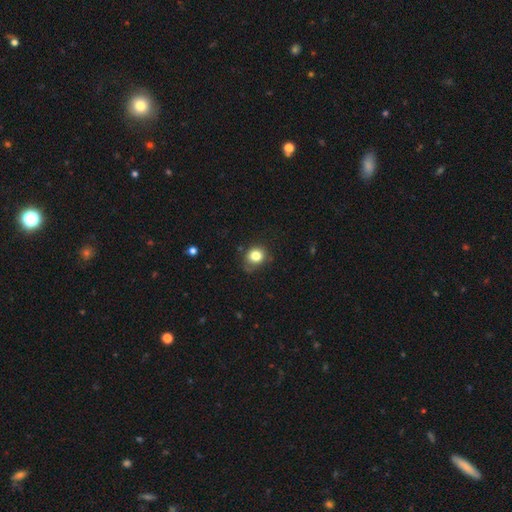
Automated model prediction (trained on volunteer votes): Morphology: type=smooth (81%); roundness=round (69%); merging=none (68%).